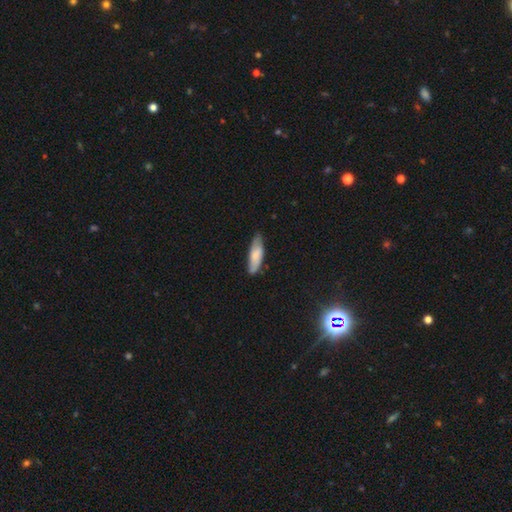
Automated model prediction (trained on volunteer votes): Smooth or featured? Predicted: smooth (p=0.74). How rounded? Predicted: in between (p=0.51). Merging? Predicted: none (p=0.73).